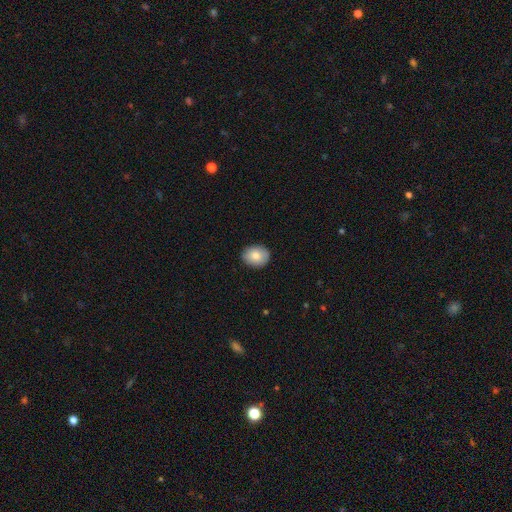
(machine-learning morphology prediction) This appears to be a smooth galaxy with no disk features (82%) that is round (52%). Merging: none (88%).